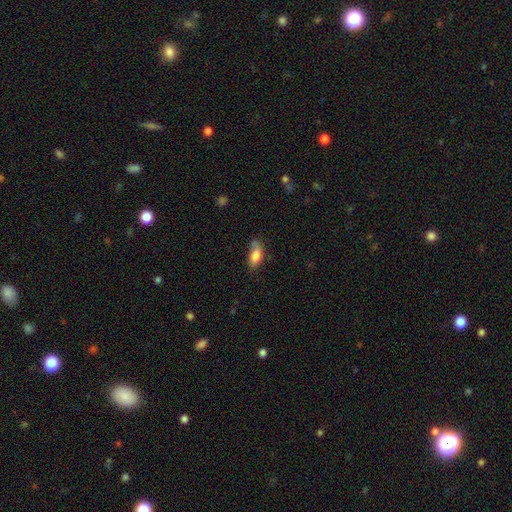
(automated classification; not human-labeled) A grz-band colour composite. It shows a smooth galaxy with no disk features (80%) that is in between round and cigar-shaped (83%). Merging: none (55%).